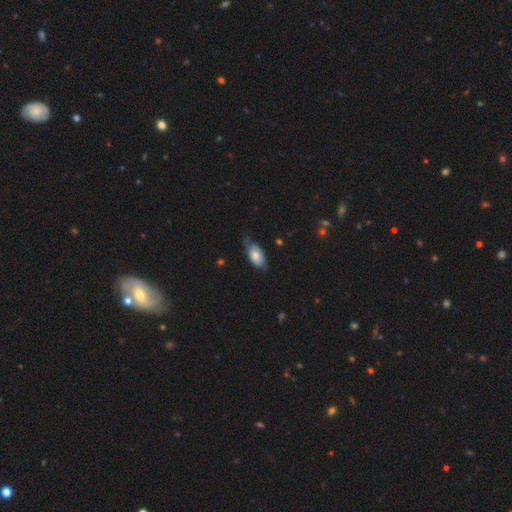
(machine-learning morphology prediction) This appears to be a smooth galaxy with no disk features (72%) that is in between round and cigar-shaped (91%). Merging: none (55%).